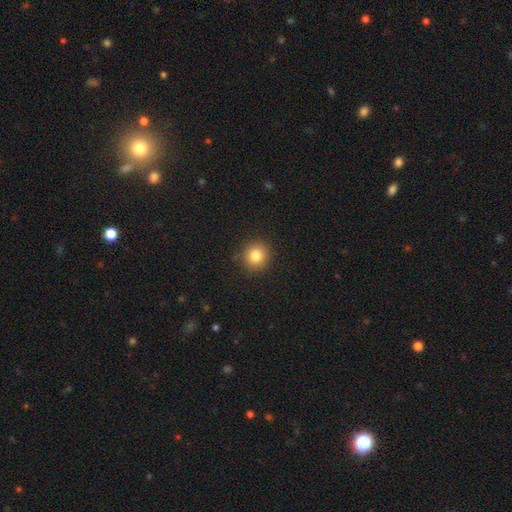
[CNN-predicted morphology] Smooth or featured? smooth (82%)
How rounded? round (90%)
Merging? none (89%)